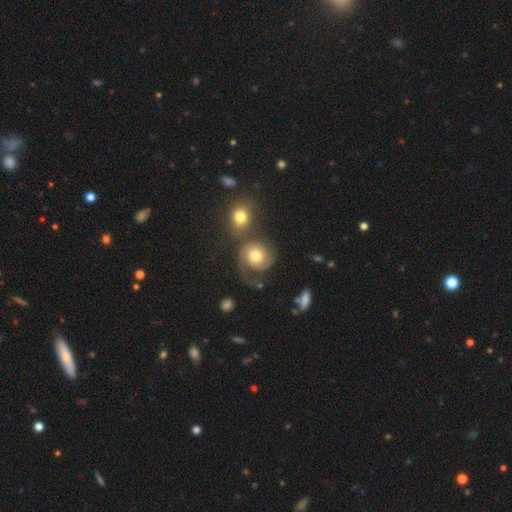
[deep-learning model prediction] Smooth or featured? featured or disk (59%)
Edge-on disk? no (98%)
Bar? no (79%)
Spiral arms? yes (89%)
Spiral winding? tight (42%)
Spiral arm count? 2 (46%)
Bulge size? moderate (65%)
Merging? none (43%)